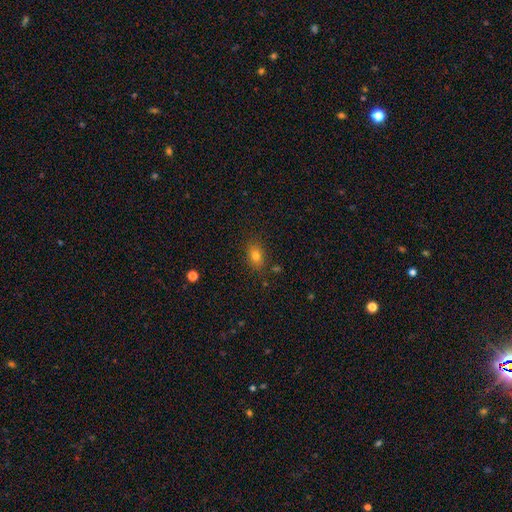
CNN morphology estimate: Q: Smooth or featured?
A: smooth (77%); runner-up: star or artifact (13%)
Q: How rounded?
A: in between (78%); runner-up: round (19%)
Q: Merging?
A: none (83%); runner-up: minor disturbance (12%)